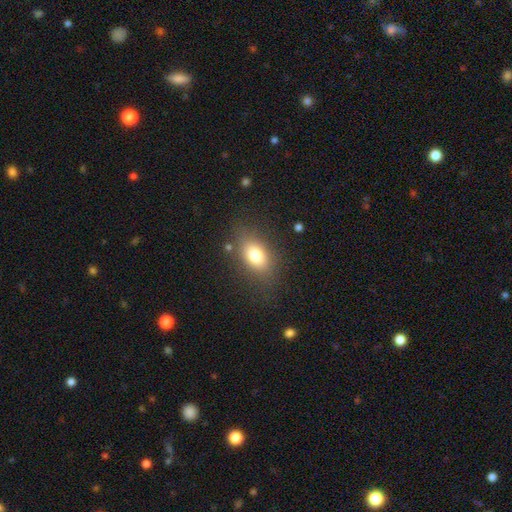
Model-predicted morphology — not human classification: smooth 73%, star or artifact 16%, featured or disk 12%. Down the decision tree: how rounded — in between (77%); merging — none (84%).